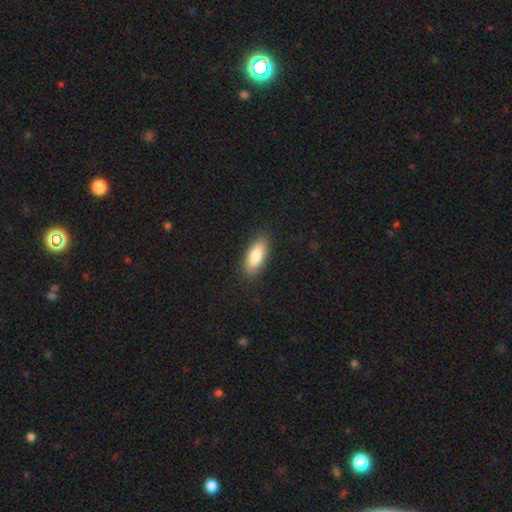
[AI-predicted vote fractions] A smooth galaxy with no disk features (82%) that is in between round and cigar-shaped (78%).

Vote fractions:
- Smooth or featured? smooth: 82% / featured or disk: 12% / star or artifact: 6%
- How rounded? in between: 78% / cigar-shaped: 19% / round: 2%
- Merging? none: 88% / minor disturbance: 9% / major disturbance: 2% / merger: 1%